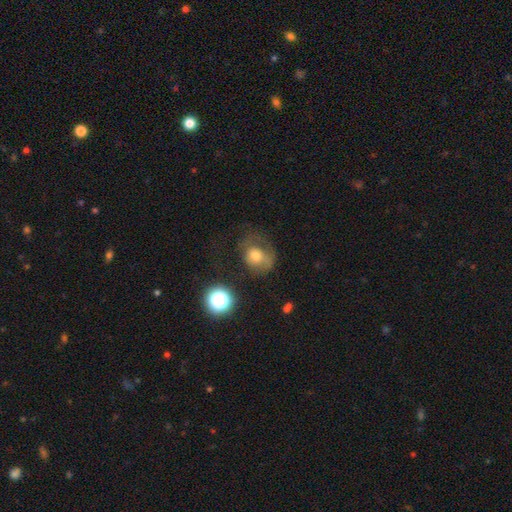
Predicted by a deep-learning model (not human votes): smooth_or_featured: smooth (p=0.64) [alt: featured or disk p=0.23]
how_rounded: round (p=0.65) [alt: in between p=0.34]
merging: none (p=0.37) [alt: major disturbance p=0.34]